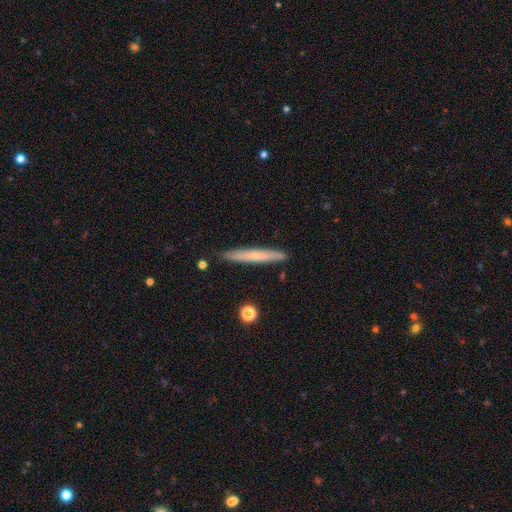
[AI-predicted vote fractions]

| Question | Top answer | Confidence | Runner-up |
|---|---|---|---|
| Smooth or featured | smooth | 58% | featured or disk (36%) |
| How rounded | cigar-shaped | 96% | in between (3%) |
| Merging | none | 89% | minor disturbance (8%) |